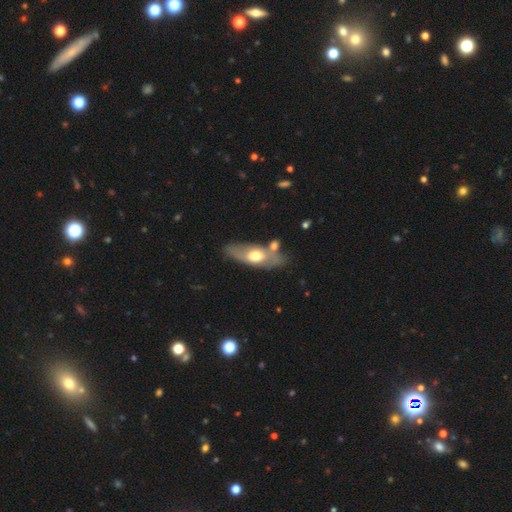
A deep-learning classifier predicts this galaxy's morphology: Q: Smooth or featured?
A: smooth (49%); runner-up: featured or disk (46%)
Q: Merging?
A: none (63%); runner-up: minor disturbance (18%)